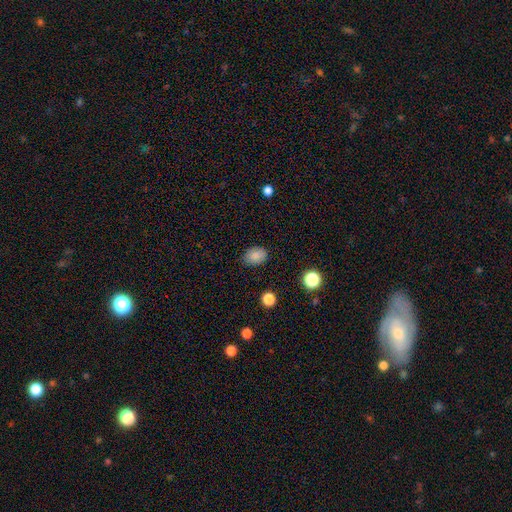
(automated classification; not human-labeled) Smooth or featured? Predicted: smooth (p=0.86). How rounded? Predicted: in between (p=0.73). Merging? Predicted: none (p=0.85).